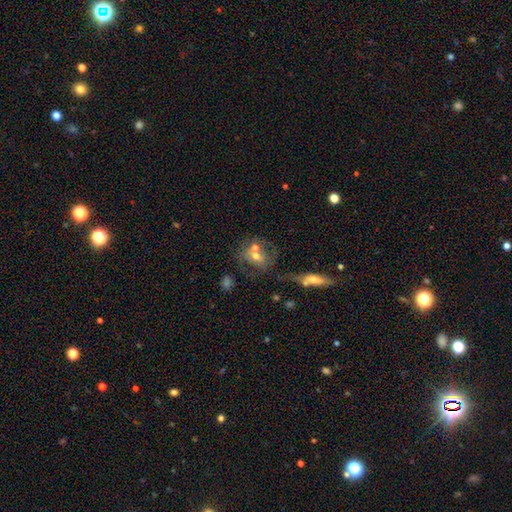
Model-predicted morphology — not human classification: This appears to be a featured or disk galaxy (46%). Merging: none (45%).